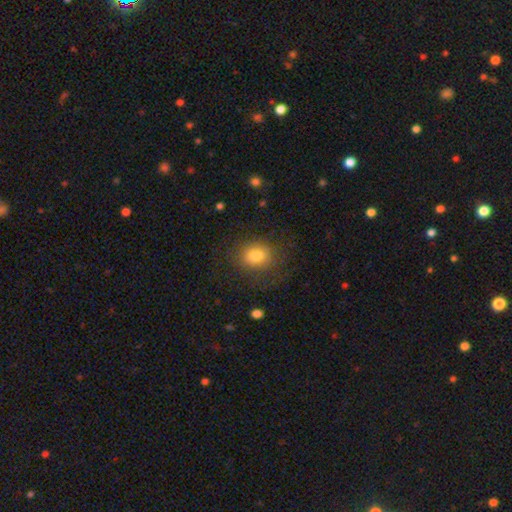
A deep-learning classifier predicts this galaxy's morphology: A smooth galaxy with no disk features (80%) that is round (53%).

Vote fractions:
- Smooth or featured? smooth: 80% / star or artifact: 10% / featured or disk: 10%
- How rounded? round: 53% / in between: 46% / cigar-shaped: 1%
- Merging? none: 78% / minor disturbance: 14% / major disturbance: 7% / merger: 1%